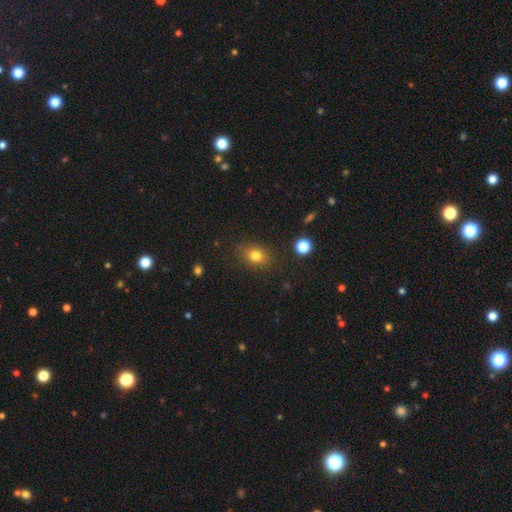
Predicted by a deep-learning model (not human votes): smooth_or_featured: smooth (p=0.80) [alt: star or artifact p=0.12]
how_rounded: in between (p=0.58) [alt: round p=0.41]
merging: none (p=0.83) [alt: minor disturbance p=0.12]